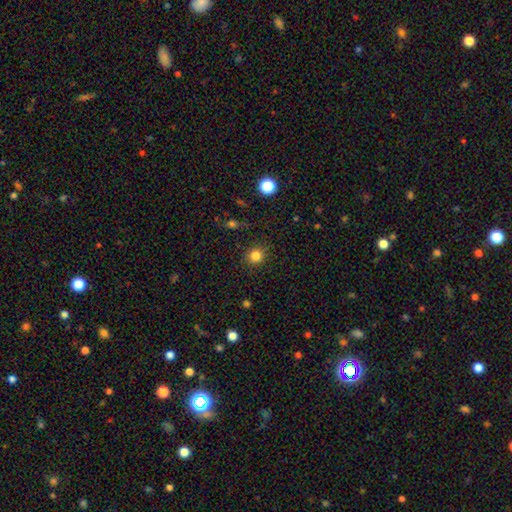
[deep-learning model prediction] smooth-or-featured: smooth: 83% | star or artifact: 12% | featured or disk: 5%
  how-rounded: round: 89% | in between: 10% | cigar-shaped: 1%
  merging: none: 88% | minor disturbance: 8% | major disturbance: 3% | merger: 1%